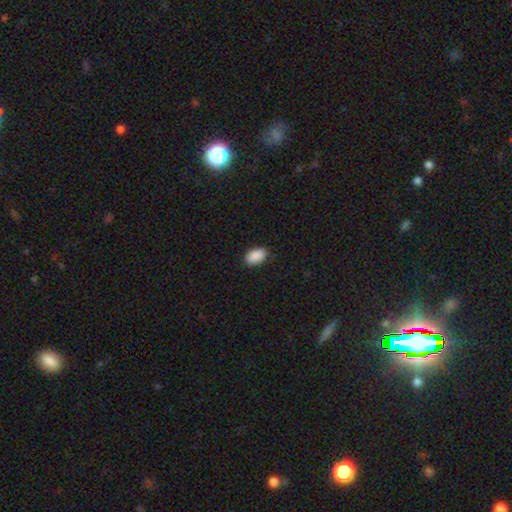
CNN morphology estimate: The model was most divided on "merging": none: 88%, minor disturbance: 9%, major disturbance: 2%, merger: 1%. More confident: how rounded — in between (93%); smooth or featured — smooth (91%).